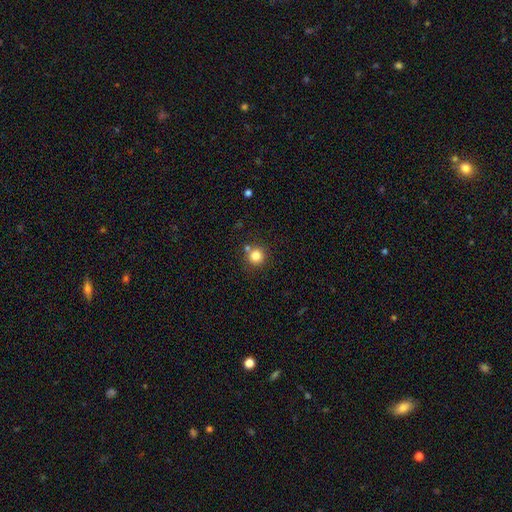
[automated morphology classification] type=smooth (83%); roundness=round (93%); merging=none (75%).